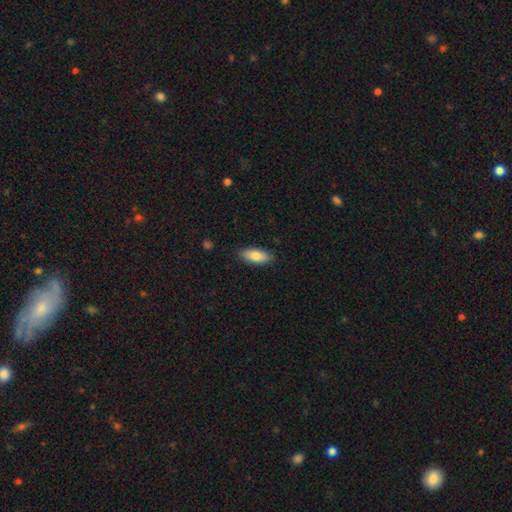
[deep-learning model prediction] A smooth galaxy with no disk features (82%) that is in between round and cigar-shaped (83%).

Vote fractions:
- Smooth or featured? smooth: 82% / featured or disk: 12% / star or artifact: 6%
- How rounded? in between: 83% / cigar-shaped: 15% / round: 2%
- Merging? none: 87% / minor disturbance: 10% / major disturbance: 2% / merger: 1%